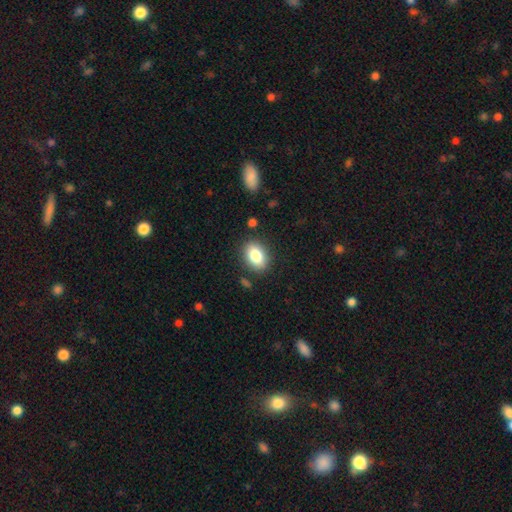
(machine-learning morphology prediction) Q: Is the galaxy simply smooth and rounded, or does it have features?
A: smooth — 83%.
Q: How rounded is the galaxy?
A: in between — 79%.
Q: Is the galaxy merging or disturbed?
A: none — 85%.